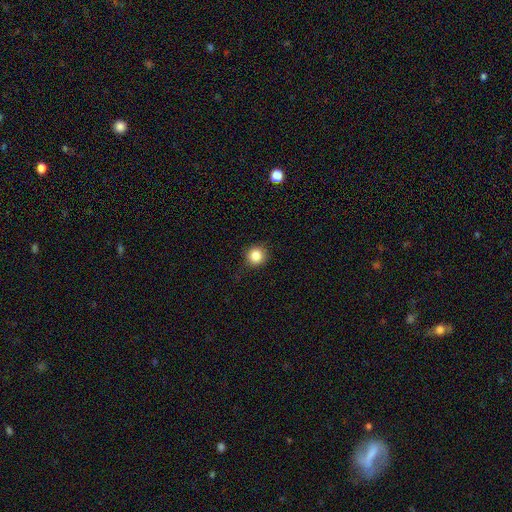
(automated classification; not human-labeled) The model was most divided on "smooth or featured": smooth: 85%, star or artifact: 10%, featured or disk: 5%. More confident: how rounded — round (92%); merging — none (87%).